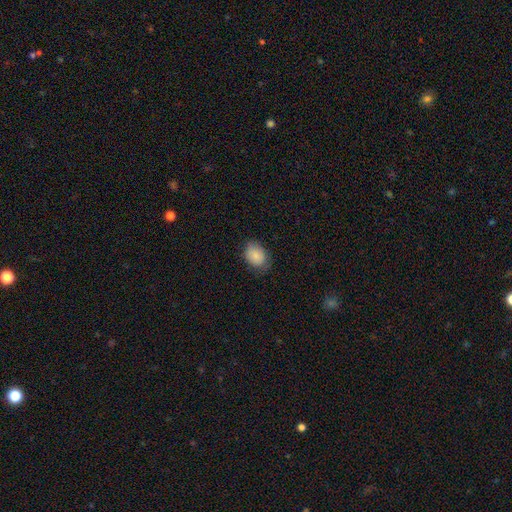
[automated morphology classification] This appears to be a smooth galaxy with no disk features (85%) that is in between round and cigar-shaped (72%). Merging: none (72%).